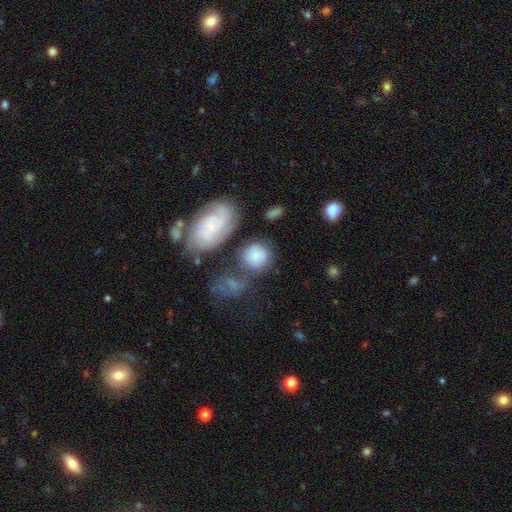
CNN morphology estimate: This appears to be a smooth galaxy with no disk features (69%) that is round (78%). Merging: none (56%).